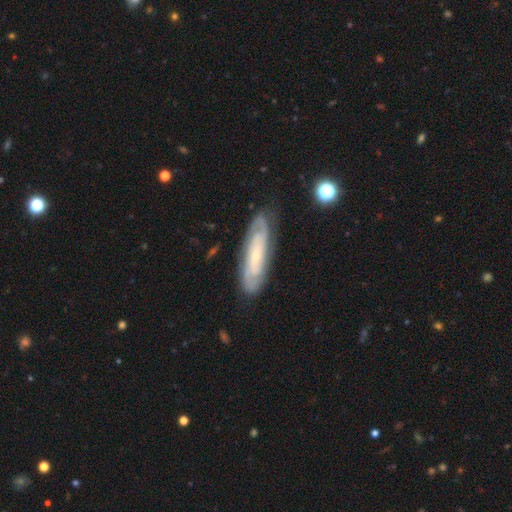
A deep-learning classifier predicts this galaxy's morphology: Smooth or featured: featured or disk — 73% (smooth — 21%)
Edge-on disk: no — 76% (yes — 24%)
Bar: no — 58% (weak — 30%)
Spiral arms: yes — 92% (no — 8%)
Spiral winding: tight — 63% (medium — 29%)
Spiral arm count: can't tell — 43% (2 — 35%)
Bulge size: small — 68% (moderate — 21%)
Merging: none — 80% (minor disturbance — 15%)